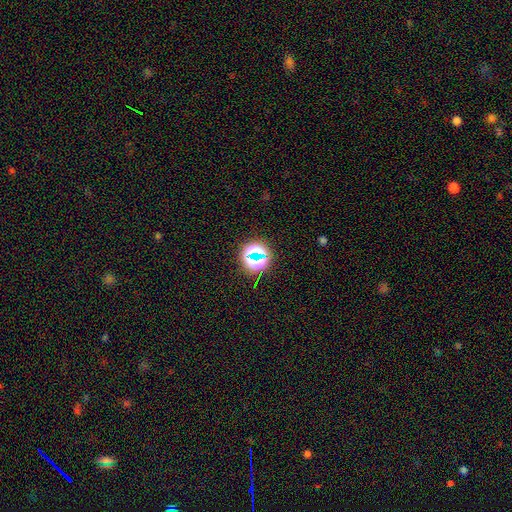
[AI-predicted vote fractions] This is likely a star or artifact rather than a galaxy (61%).